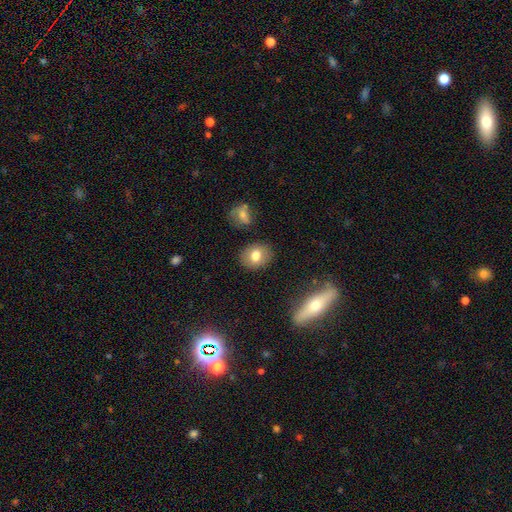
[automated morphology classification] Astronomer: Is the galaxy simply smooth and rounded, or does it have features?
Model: smooth — 77%.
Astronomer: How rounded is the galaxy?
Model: round — 59% (runner-up: in between, 40%).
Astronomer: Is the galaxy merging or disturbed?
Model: none — 86%.